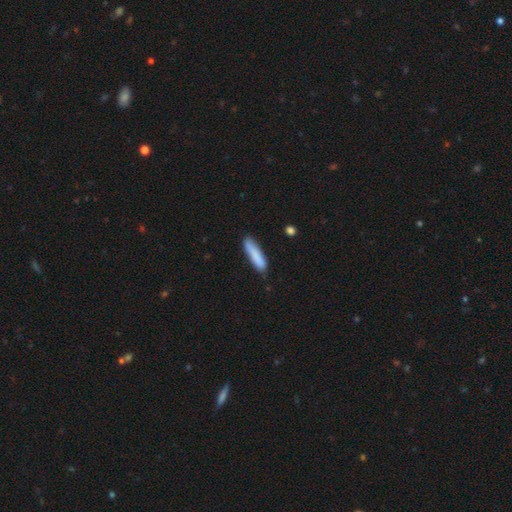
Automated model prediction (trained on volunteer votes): Morphology: type=smooth (85%); roundness=cigar-shaped (78%); merging=none (78%).